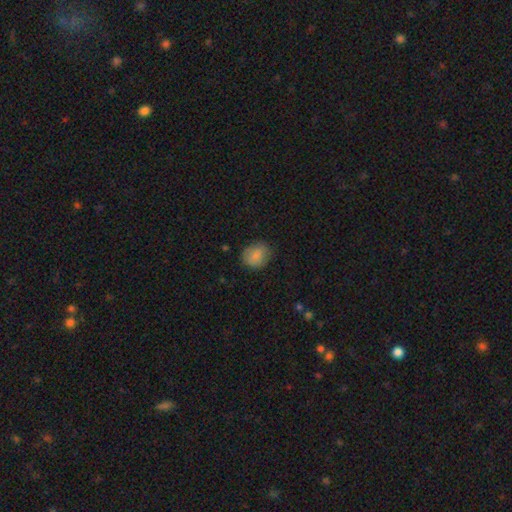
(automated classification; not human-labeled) This is clearly a smooth galaxy (84%). How rounded: possibly round (54%). Merging: likely none (79%).